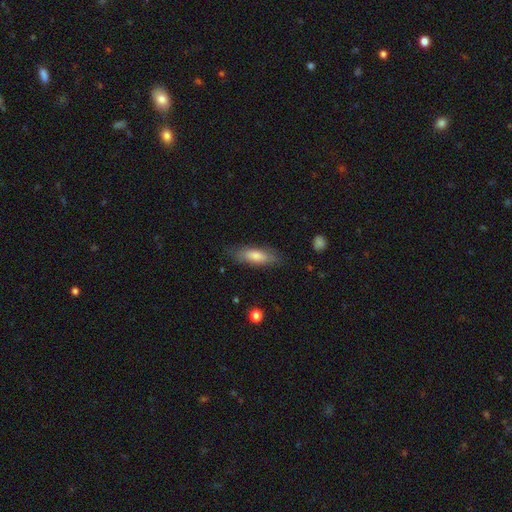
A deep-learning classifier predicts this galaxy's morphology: Smooth or featured? smooth (73%)
How rounded? in between (55%)
Merging? none (81%)